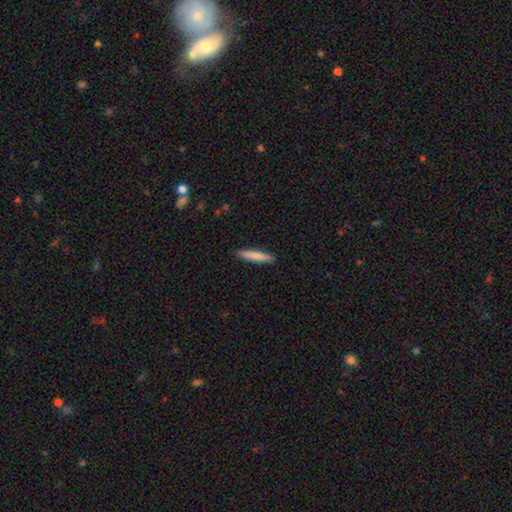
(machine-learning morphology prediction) Q: Smooth or featured?
A: smooth (80%); runner-up: featured or disk (15%)
Q: How rounded?
A: cigar-shaped (92%); runner-up: in between (7%)
Q: Merging?
A: none (90%); runner-up: minor disturbance (7%)